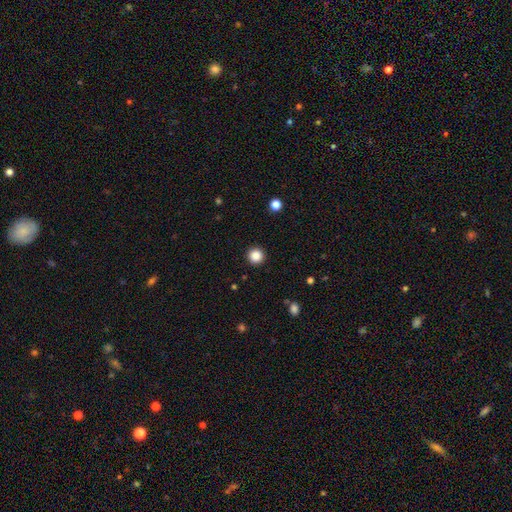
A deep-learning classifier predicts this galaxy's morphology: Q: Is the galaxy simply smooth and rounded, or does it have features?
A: smooth — 86%.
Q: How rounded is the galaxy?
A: round — 96%.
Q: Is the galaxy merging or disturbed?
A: none — 93%.